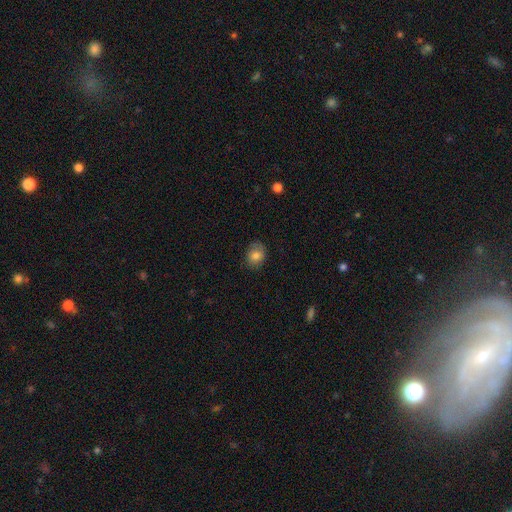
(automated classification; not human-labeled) This appears to be a smooth galaxy with no disk features (79%) that is round (50%). Merging: none (74%).